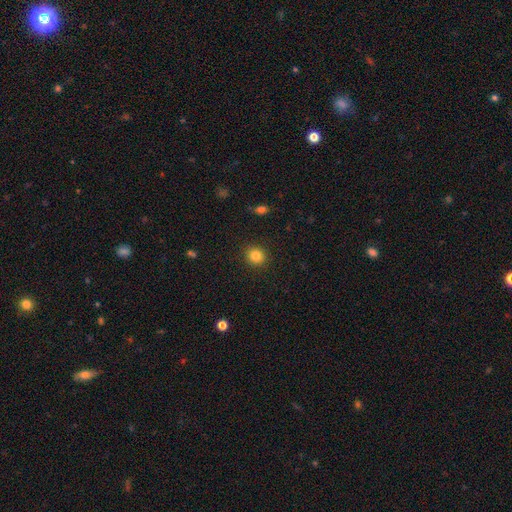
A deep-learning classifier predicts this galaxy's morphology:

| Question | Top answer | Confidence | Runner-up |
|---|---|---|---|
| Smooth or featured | smooth | 84% | star or artifact (11%) |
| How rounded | round | 87% | in between (12%) |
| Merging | none | 91% | minor disturbance (6%) |